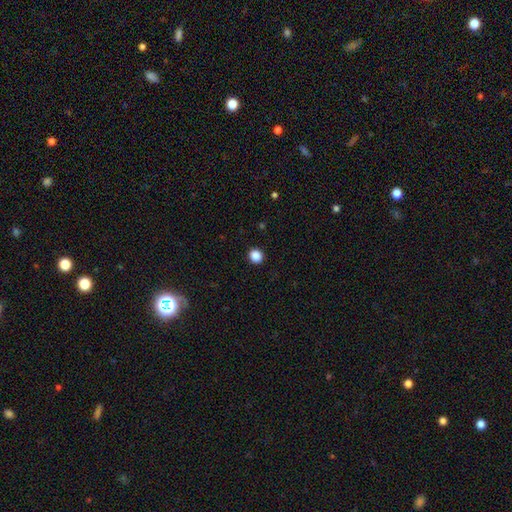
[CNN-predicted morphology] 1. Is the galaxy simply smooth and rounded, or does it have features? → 87% smooth, 10% star or artifact, 3% featured or disk.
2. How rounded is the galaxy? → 86% round, 13% in between, 1% cigar-shaped.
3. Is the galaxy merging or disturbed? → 92% none, 5% minor disturbance, 2% major disturbance, 1% merger.